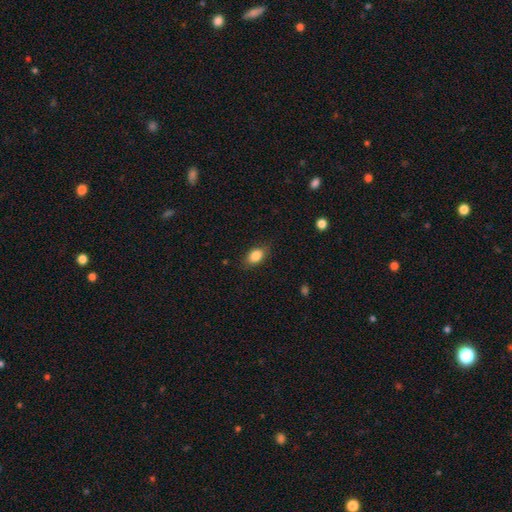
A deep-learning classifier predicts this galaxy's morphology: Smooth or featured?
  - smooth: 85% *
  - star or artifact: 8%
  - featured or disk: 7%
How rounded?
  - in between: 85% *
  - round: 13%
  - cigar-shaped: 2%
Merging?
  - none: 82% *
  - minor disturbance: 14%
  - major disturbance: 4%
  - merger: 1%